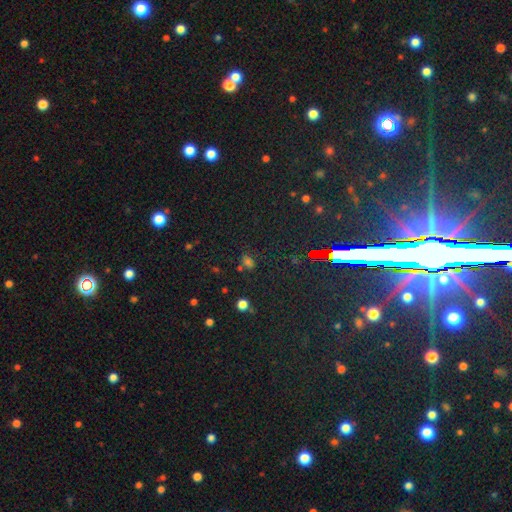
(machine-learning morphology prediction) The model was most divided on "smooth or featured": smooth: 51%, star or artifact: 41%, featured or disk: 8%. More confident: how rounded — in between (77%); merging — none (67%).